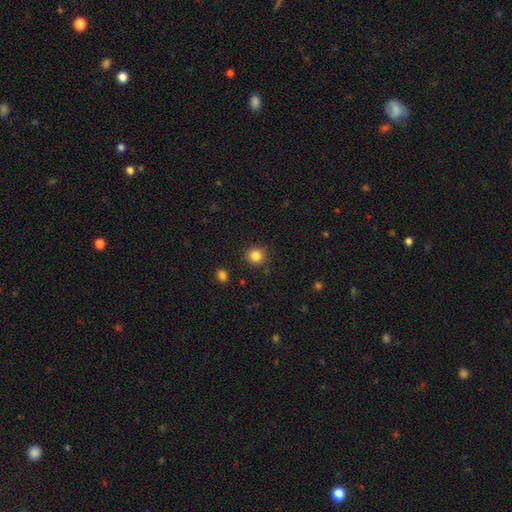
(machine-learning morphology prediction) Smooth or featured?
  - smooth: 84% *
  - star or artifact: 11%
  - featured or disk: 5%
How rounded?
  - round: 92% *
  - in between: 7%
  - cigar-shaped: 1%
Merging?
  - none: 89% *
  - minor disturbance: 7%
  - major disturbance: 2%
  - merger: 2%